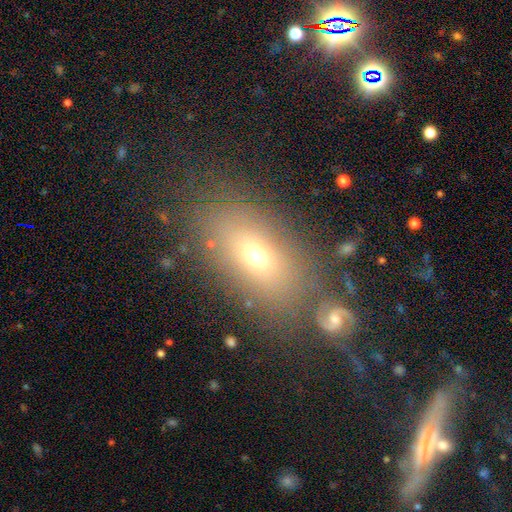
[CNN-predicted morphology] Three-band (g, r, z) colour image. It shows a smooth galaxy with no disk features (63%) that is in between round and cigar-shaped (79%). Merging: none (71%).